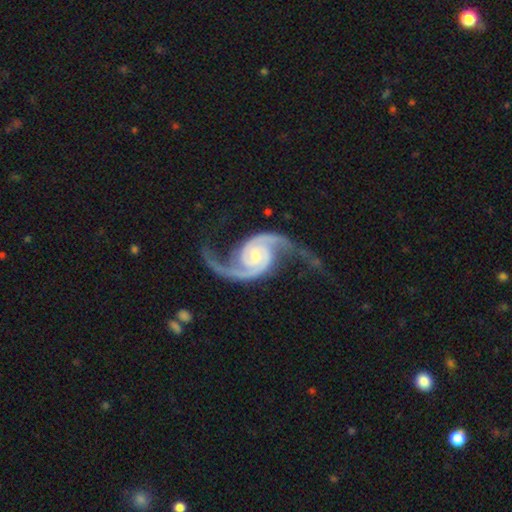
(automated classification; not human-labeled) This appears to be a featured or disk galaxy (95%) with no bar (63%), 2 (94%) medium (48%) spiral arms (99%) and a small central bulge (56%). Merging: none (69%).